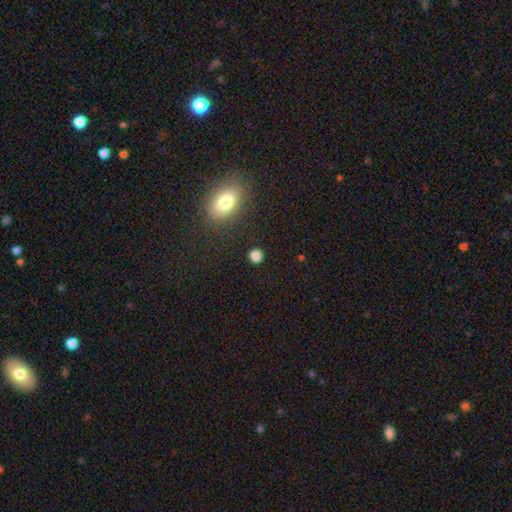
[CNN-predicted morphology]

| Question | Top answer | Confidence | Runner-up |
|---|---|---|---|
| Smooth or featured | smooth | 84% | star or artifact (12%) |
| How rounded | round | 87% | in between (12%) |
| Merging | none | 89% | minor disturbance (6%) |